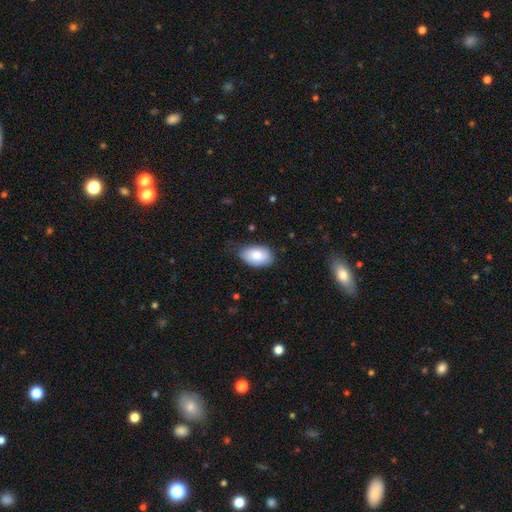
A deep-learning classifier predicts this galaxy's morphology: smooth_or_featured: smooth (p=0.82) [alt: featured or disk p=0.12]
how_rounded: in between (p=0.92) [alt: round p=0.07]
merging: none (p=0.67) [alt: minor disturbance p=0.27]